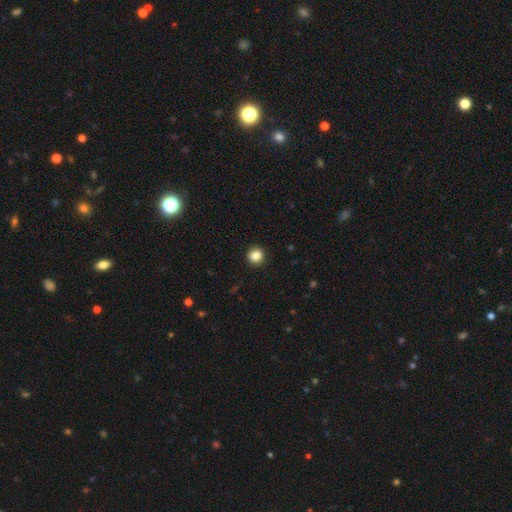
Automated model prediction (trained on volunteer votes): Smooth or featured? Predicted: smooth (p=0.85). How rounded? Predicted: round (p=0.89). Merging? Predicted: none (p=0.91).